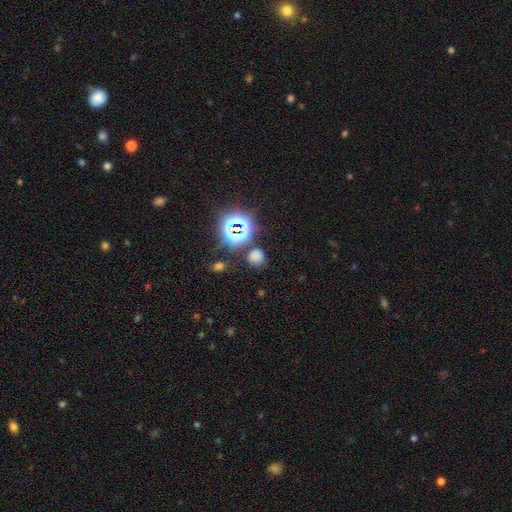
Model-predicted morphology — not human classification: Overall: smooth (60%; star or artifact 34%). How rounded: round (83%). Merging: none (78%).